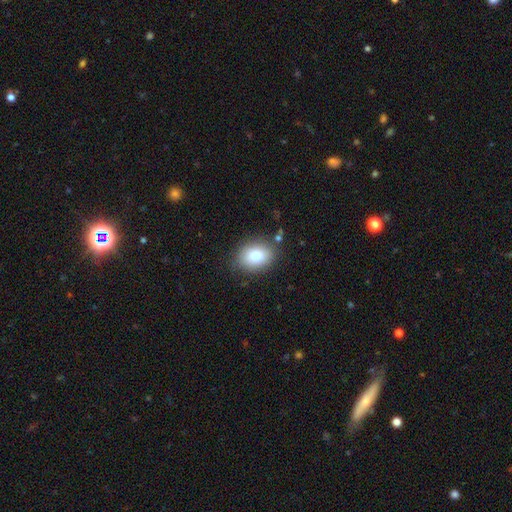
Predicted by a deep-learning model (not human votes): smooth 80%, featured or disk 11%, star or artifact 9%. Down the decision tree: how rounded — in between (61%); merging — none (82%).